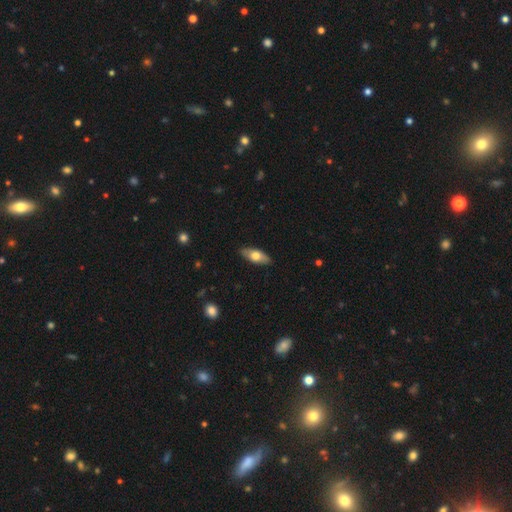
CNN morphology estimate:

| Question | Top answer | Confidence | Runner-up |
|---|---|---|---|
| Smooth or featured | smooth | 65% | featured or disk (29%) |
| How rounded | in between | 78% | cigar-shaped (19%) |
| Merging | none | 86% | minor disturbance (11%) |